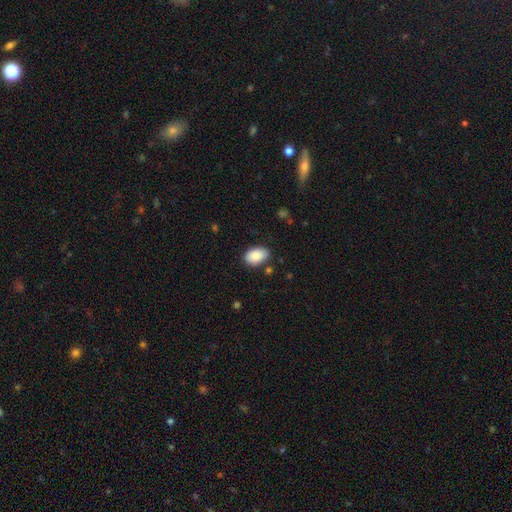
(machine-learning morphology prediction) Overall: smooth (88%). How rounded: in between (90%). Merging: none (83%).